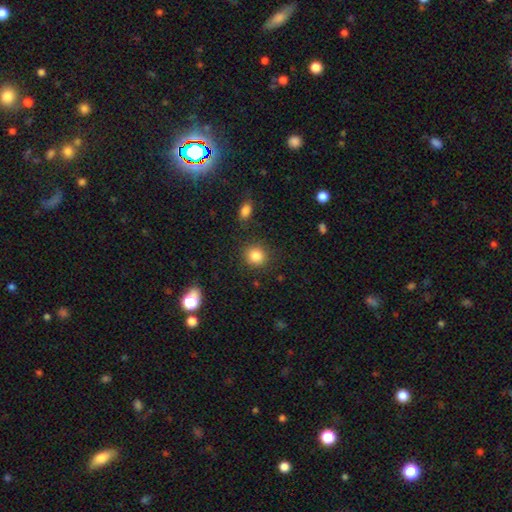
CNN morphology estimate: type=smooth (85%); roundness=round (87%); merging=none (87%).